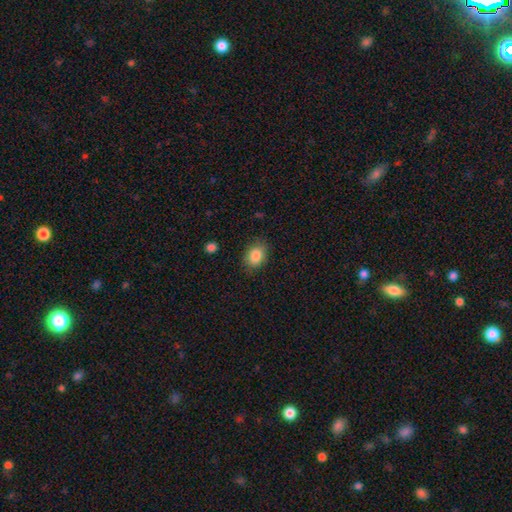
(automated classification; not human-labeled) The model was most divided on "how rounded": in between: 74%, round: 25%, cigar-shaped: 1%. More confident: smooth or featured — smooth (86%); merging — none (82%).